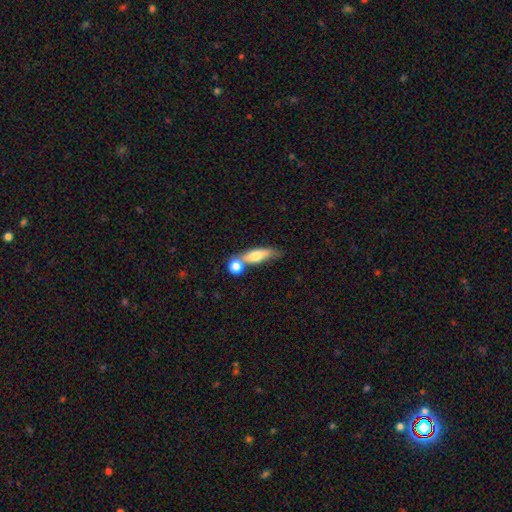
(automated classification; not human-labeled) smooth 62%, featured or disk 30%, star or artifact 8%. Down the decision tree: how rounded — in between (49%); merging — none (45%).